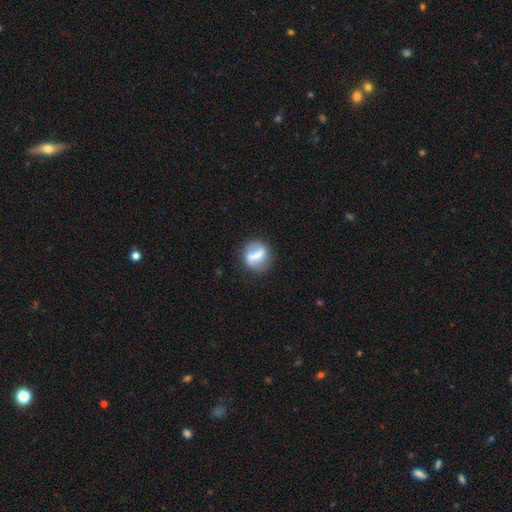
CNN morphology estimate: smooth-or-featured: smooth: 50% | featured or disk: 43% | star or artifact: 7%
  merging: none: 63% | minor disturbance: 19% | major disturbance: 9% | merger: 9%